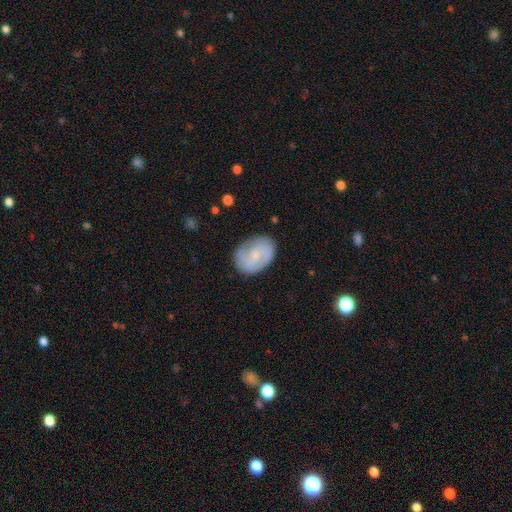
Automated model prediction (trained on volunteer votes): Smooth or featured?
  - featured or disk: 56% *
  - smooth: 37%
  - star or artifact: 7%
Edge-on disk?
  - no: 97% *
  - yes: 3%
Bar?
  - no: 61% *
  - weak: 33%
  - strong: 6%
Spiral arms?
  - yes: 82% *
  - no: 18%
Bulge size?
  - small: 58% *
  - moderate: 33%
  - none: 7%
  - large: 2%
  - dominant: 1%
Merging?
  - none: 77% *
  - minor disturbance: 17%
  - major disturbance: 5%
  - merger: 1%